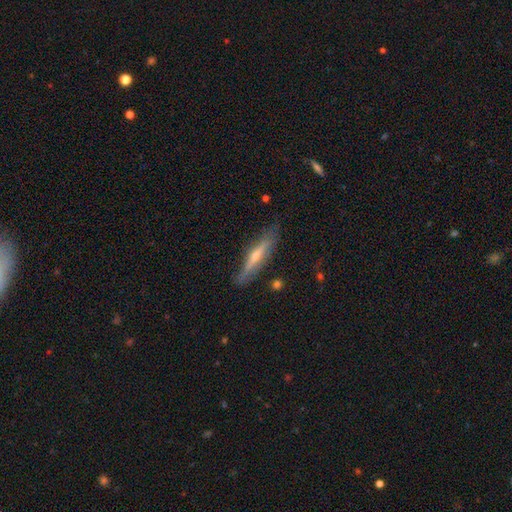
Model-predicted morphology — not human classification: smooth_or_featured: featured or disk (p=0.63) [alt: smooth p=0.31]
disk_edge_on: yes (p=0.93) [alt: no p=0.07]
edge_on_bulge: rounded (p=0.78) [alt: none p=0.17]
merging: none (p=0.82) [alt: minor disturbance p=0.13]